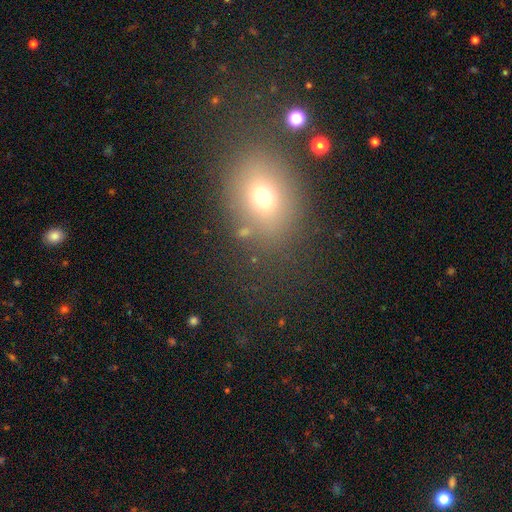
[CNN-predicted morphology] This appears to be a smooth galaxy with no disk features (66%) that is in between round and cigar-shaped (58%). Merging: none (77%).